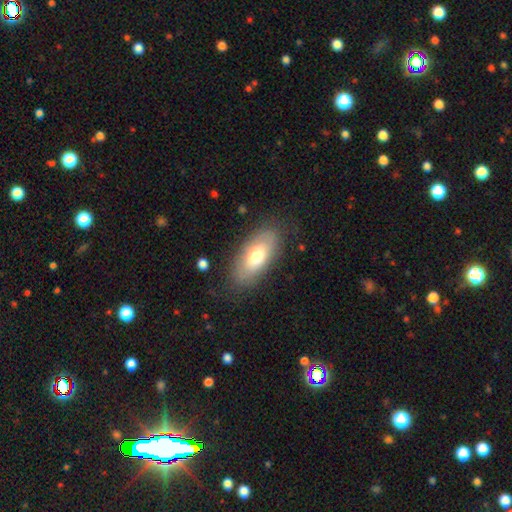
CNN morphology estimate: type=smooth (67%); roundness=in between (90%); merging=none (78%).